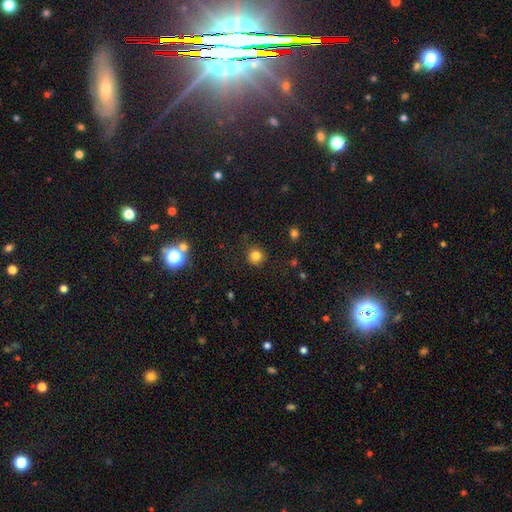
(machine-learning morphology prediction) This is clearly a smooth galaxy (81%). How rounded: clearly round (91%). Merging: clearly none (88%).